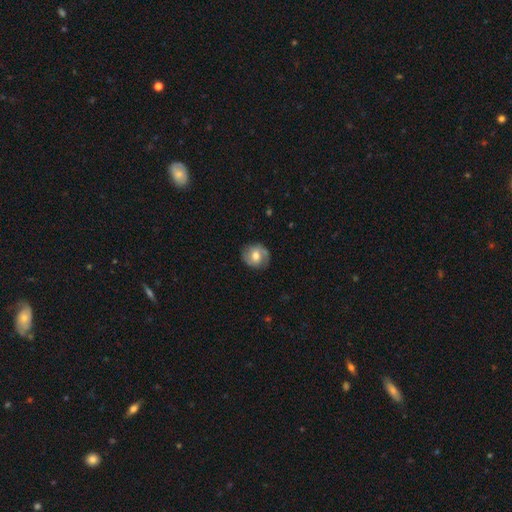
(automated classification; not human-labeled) Morphology: type=featured or disk (48%); merging=none (77%).